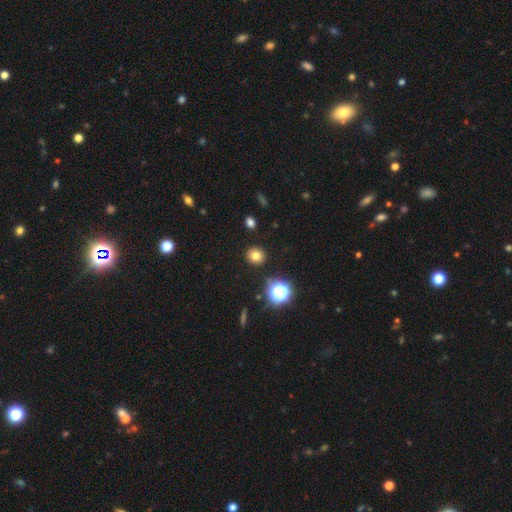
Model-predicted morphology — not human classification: A smooth galaxy with no disk features (77%) that is round (83%). Merging: none (90%).